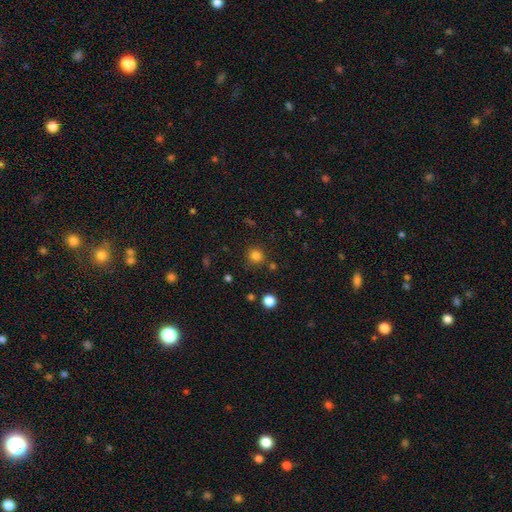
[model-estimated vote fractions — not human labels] smooth 80%, star or artifact 15%, featured or disk 5%. Down the decision tree: how rounded — round (90%); merging — none (83%).